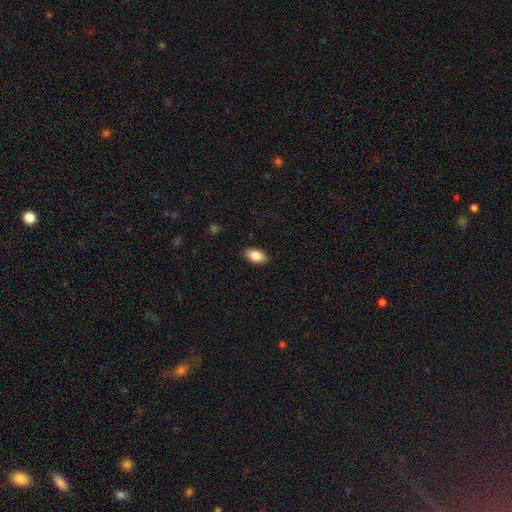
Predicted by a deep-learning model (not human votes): A smooth galaxy with no disk features (85%) that is in between round and cigar-shaped (93%). Merging: none (89%).